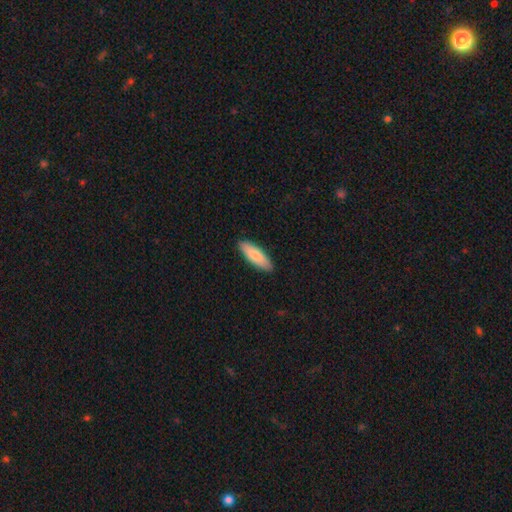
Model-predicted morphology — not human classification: This is clearly a smooth galaxy (84%). How rounded: possibly in between (57%). Merging: clearly none (89%).